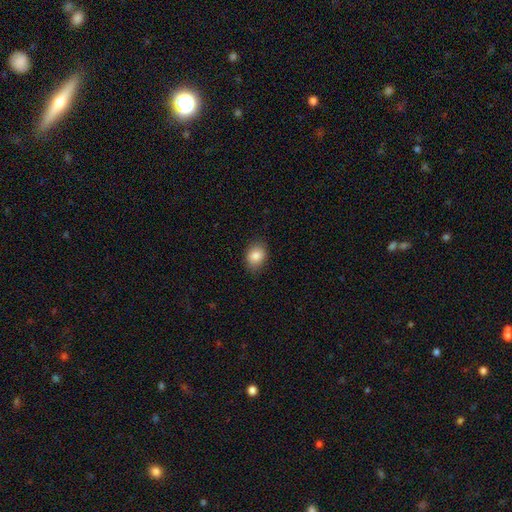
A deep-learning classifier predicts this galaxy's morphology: The model was most divided on "how rounded": in between: 59%, round: 40%, cigar-shaped: 1%. More confident: smooth or featured — smooth (85%); merging — none (84%).